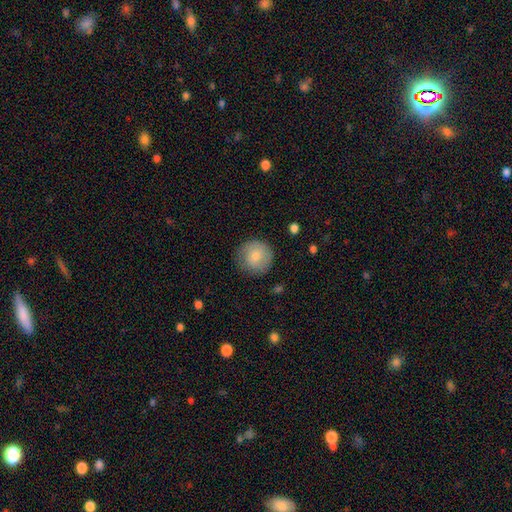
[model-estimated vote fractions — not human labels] Smooth or featured: smooth — 78% (featured or disk — 15%)
How rounded: round — 94% (in between — 5%)
Merging: none — 82% (minor disturbance — 13%)